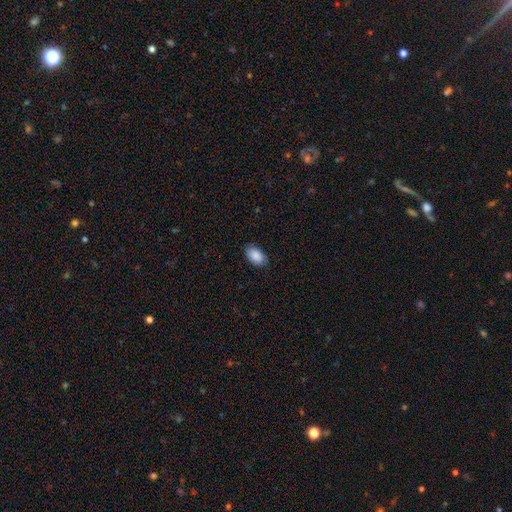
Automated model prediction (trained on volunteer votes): Q: Smooth or featured?
A: smooth (89%); runner-up: star or artifact (7%)
Q: How rounded?
A: in between (92%); runner-up: round (6%)
Q: Merging?
A: none (85%); runner-up: minor disturbance (12%)